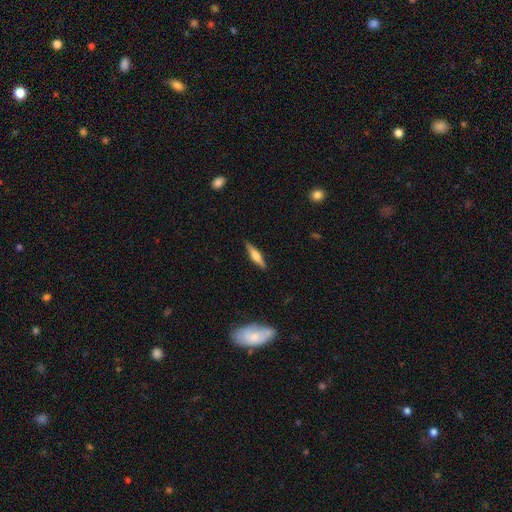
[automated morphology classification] type=featured or disk (54%); edge-on=yes (96%); edge-on bulge=rounded (82%); merging=none (88%).